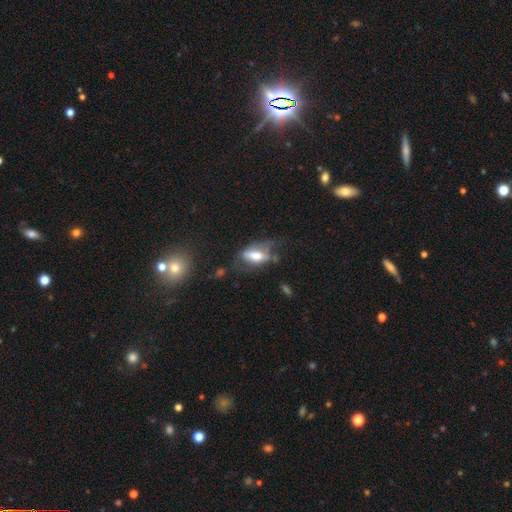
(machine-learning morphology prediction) This is possibly a smooth galaxy (48%). Merging: marginally none (34%, tied with major disturbance).